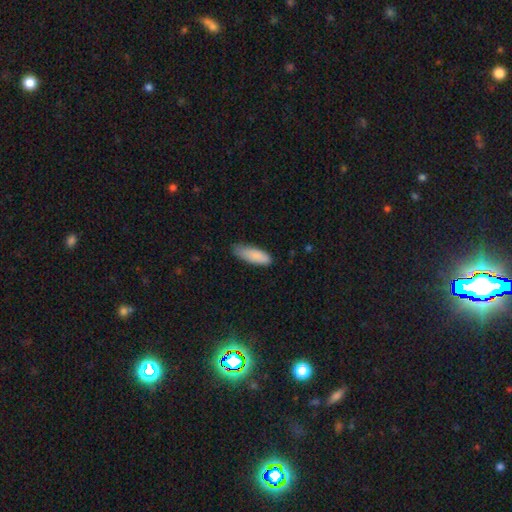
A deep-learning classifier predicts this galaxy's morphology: smooth 87%, featured or disk 7%, star or artifact 6%. Down the decision tree: how rounded — in between (58%); merging — none (62%).